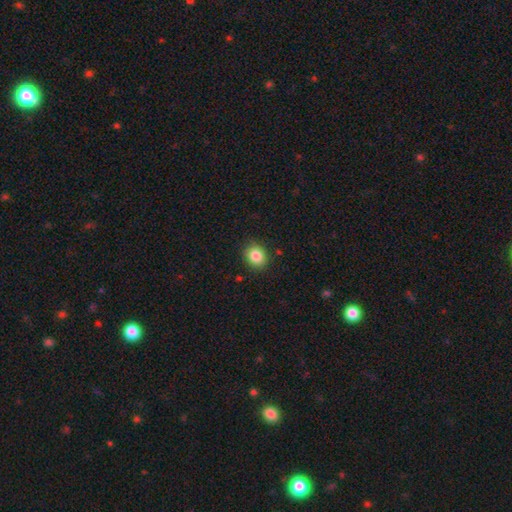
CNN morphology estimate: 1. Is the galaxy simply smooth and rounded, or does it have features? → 85% smooth, 10% star or artifact, 5% featured or disk.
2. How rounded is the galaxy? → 66% round, 33% in between, 1% cigar-shaped.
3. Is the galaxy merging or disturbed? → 87% none, 9% minor disturbance, 2% major disturbance, 1% merger.